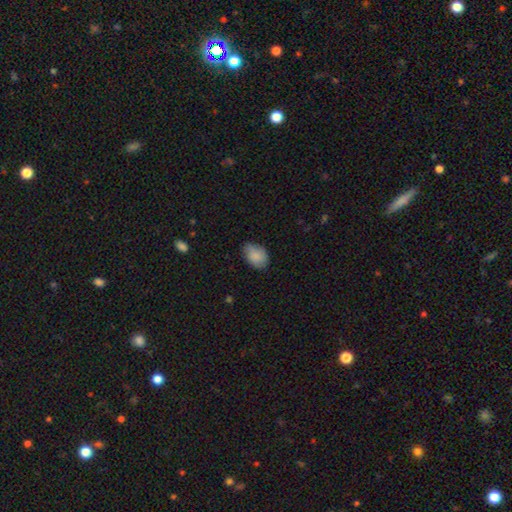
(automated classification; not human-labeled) smooth_or_featured: smooth (p=0.85) [alt: featured or disk p=0.09]
how_rounded: in between (p=0.82) [alt: round p=0.17]
merging: none (p=0.73) [alt: minor disturbance p=0.22]